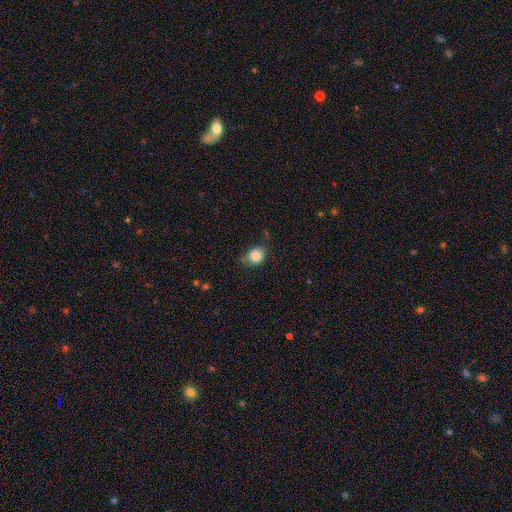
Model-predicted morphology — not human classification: Smooth or featured: smooth — 84% (star or artifact — 10%)
How rounded: round — 65% (in between — 34%)
Merging: none — 71% (minor disturbance — 22%)